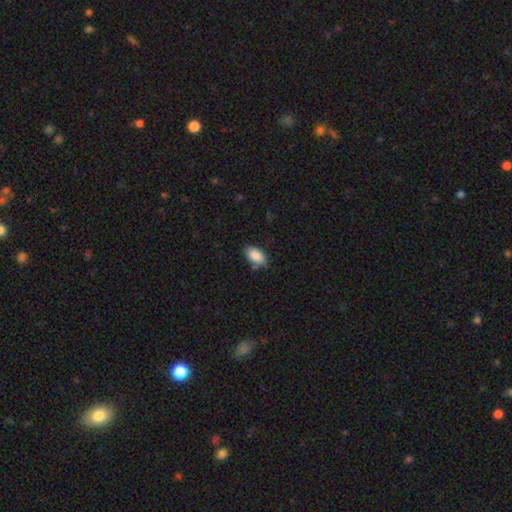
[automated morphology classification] smooth-or-featured: smooth: 89% | star or artifact: 7% | featured or disk: 4%
  how-rounded: in between: 93% | round: 4% | cigar-shaped: 2%
  merging: none: 75% | minor disturbance: 18% | major disturbance: 3% | merger: 3%